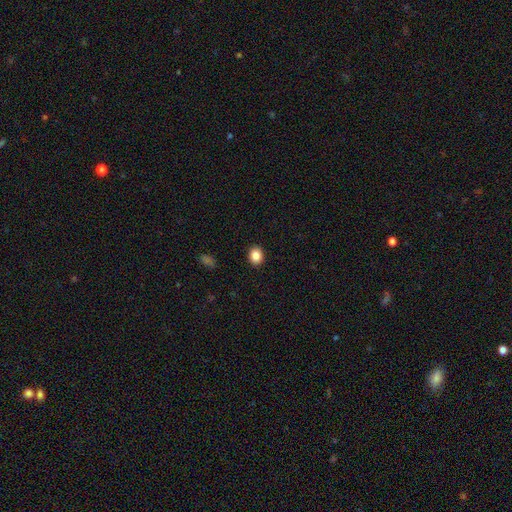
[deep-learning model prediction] Smooth or featured?
  - smooth: 86% *
  - star or artifact: 9%
  - featured or disk: 4%
How rounded?
  - round: 54% *
  - in between: 45%
  - cigar-shaped: 1%
Merging?
  - none: 91% *
  - minor disturbance: 6%
  - major disturbance: 2%
  - merger: 1%